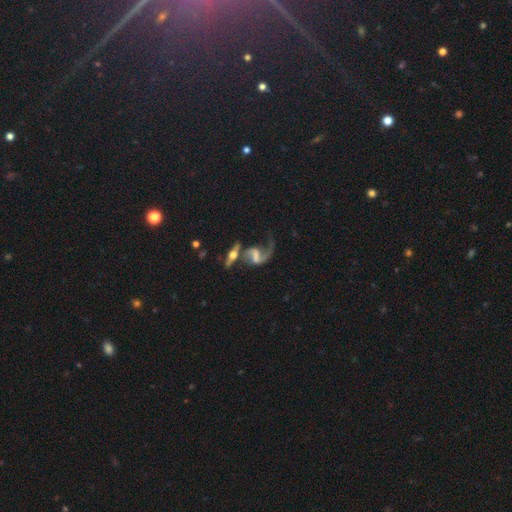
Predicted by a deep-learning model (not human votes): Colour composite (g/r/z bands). It shows a featured or disk galaxy (79%) with a weak bar (39%), 2 (58%) loose (72%) spiral arms (88%) and no central bulge (33%). Merging: merger (32%).